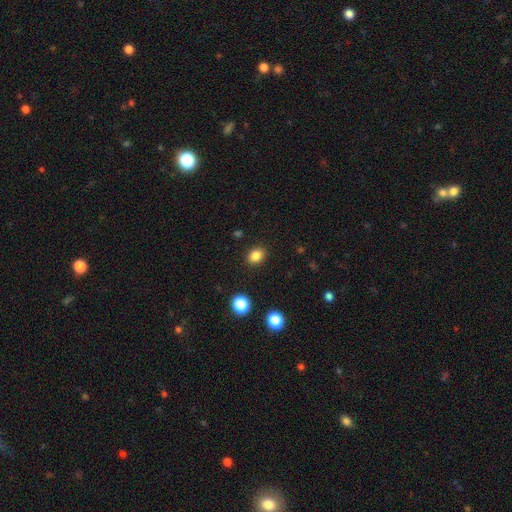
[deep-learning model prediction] This is clearly a smooth galaxy (84%). How rounded: possibly round (51%). Merging: clearly none (90%).